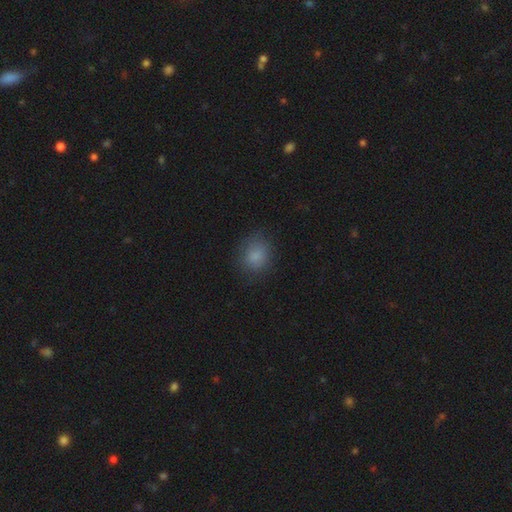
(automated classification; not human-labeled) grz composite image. It shows a smooth galaxy with no disk features (84%) that is round (71%). Merging: none (78%).